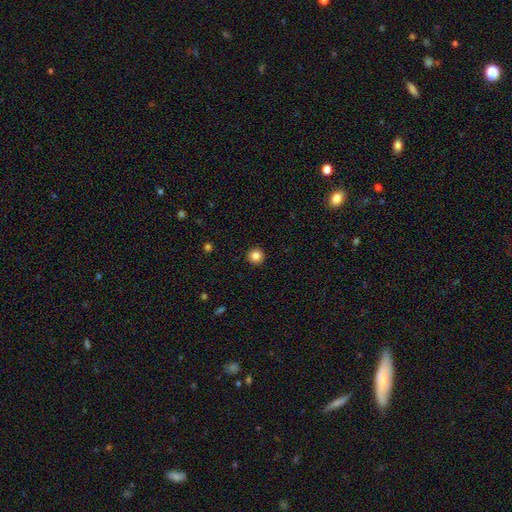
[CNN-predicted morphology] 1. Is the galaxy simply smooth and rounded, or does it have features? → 85% smooth, 11% star or artifact, 4% featured or disk.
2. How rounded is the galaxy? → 96% round, 3% in between, 1% cigar-shaped.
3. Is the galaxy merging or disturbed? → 93% none, 4% minor disturbance, 1% major disturbance, 1% merger.